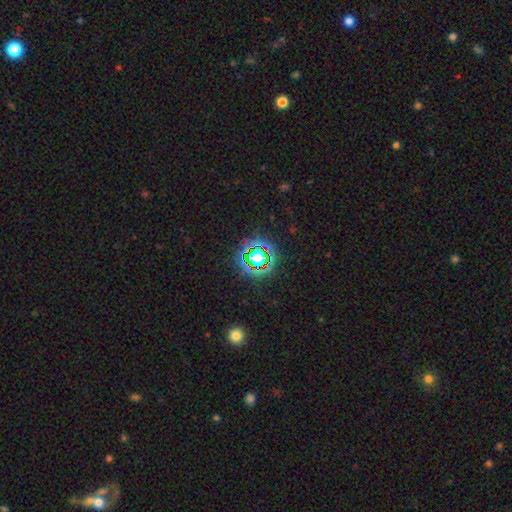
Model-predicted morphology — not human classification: Q: Smooth or featured?
A: star or artifact (67%); runner-up: smooth (22%)